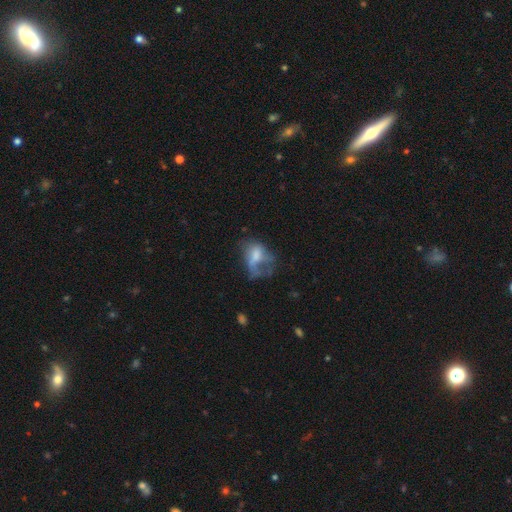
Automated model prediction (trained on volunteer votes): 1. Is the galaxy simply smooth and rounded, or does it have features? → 50% smooth, 39% featured or disk, 11% star or artifact.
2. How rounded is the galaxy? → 77% in between, 20% round, 3% cigar-shaped.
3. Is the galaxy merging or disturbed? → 50% major disturbance, 22% none, 20% minor disturbance, 8% merger.